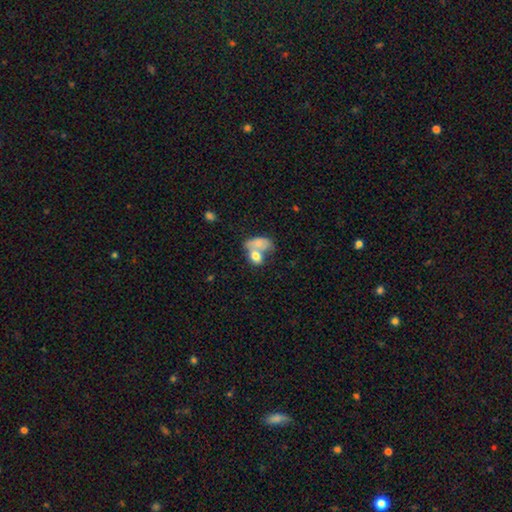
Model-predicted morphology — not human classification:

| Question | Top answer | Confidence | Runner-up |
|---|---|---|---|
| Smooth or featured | smooth | 71% | featured or disk (21%) |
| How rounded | in between | 76% | round (22%) |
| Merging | merger | 67% | none (17%) |